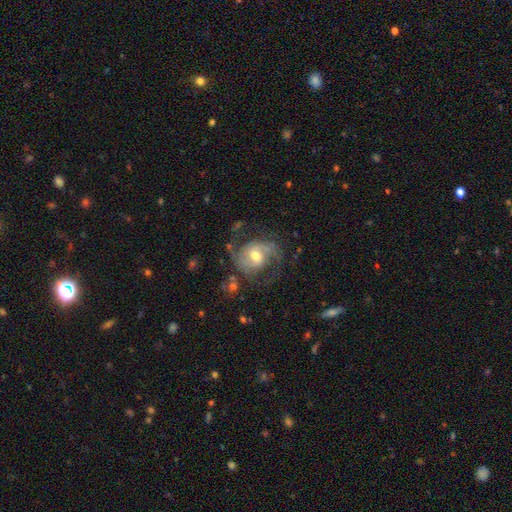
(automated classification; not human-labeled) This appears to be a featured or disk galaxy (85%) with a weak bar (48%), 2 (81%) medium (51%) spiral arms (95%) and a moderate central bulge (66%). Merging: none (63%).